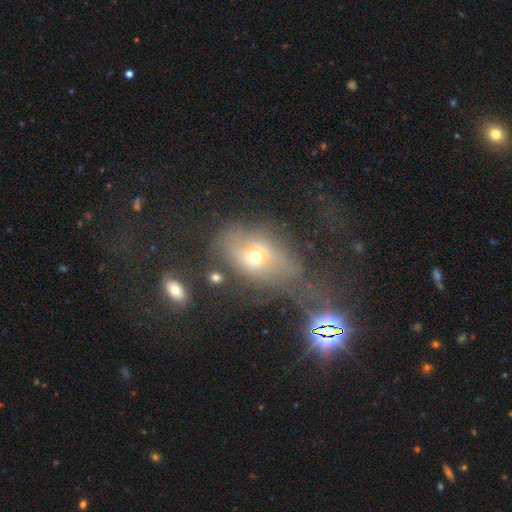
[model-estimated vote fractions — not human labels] A smooth galaxy with no disk features (50%) that is in between round and cigar-shaped (63%).

Vote fractions:
- Smooth or featured? smooth: 50% / featured or disk: 34% / star or artifact: 16%
- How rounded? in between: 63% / round: 34% / cigar-shaped: 3%
- Merging? major disturbance: 33% / none: 32% / minor disturbance: 18% / merger: 16%